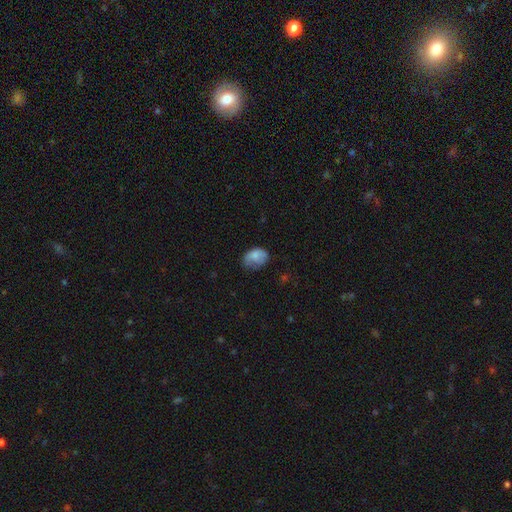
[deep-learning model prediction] A smooth galaxy with no disk features (76%) that is in between round and cigar-shaped (76%). Merging: none (44%).